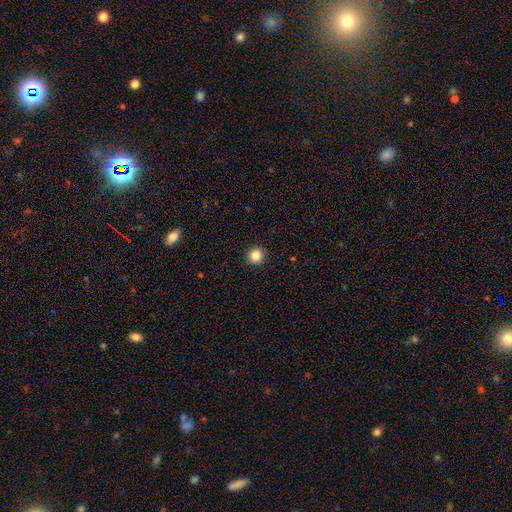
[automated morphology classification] A smooth galaxy with no disk features (85%) that is round (94%).

Vote fractions:
- Smooth or featured? smooth: 85% / star or artifact: 11% / featured or disk: 4%
- How rounded? round: 94% / in between: 5% / cigar-shaped: 1%
- Merging? none: 93% / minor disturbance: 4% / major disturbance: 2% / merger: 1%